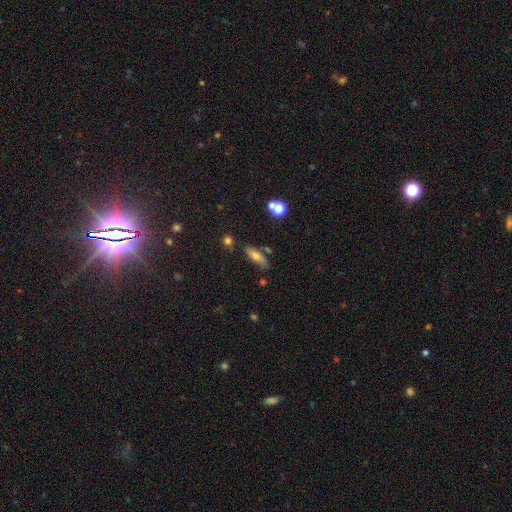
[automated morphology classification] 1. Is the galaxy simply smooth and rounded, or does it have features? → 68% smooth, 22% featured or disk, 10% star or artifact.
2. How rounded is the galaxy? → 52% in between, 44% cigar-shaped, 4% round.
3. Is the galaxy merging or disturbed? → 70% none, 18% minor disturbance, 8% merger, 5% major disturbance.